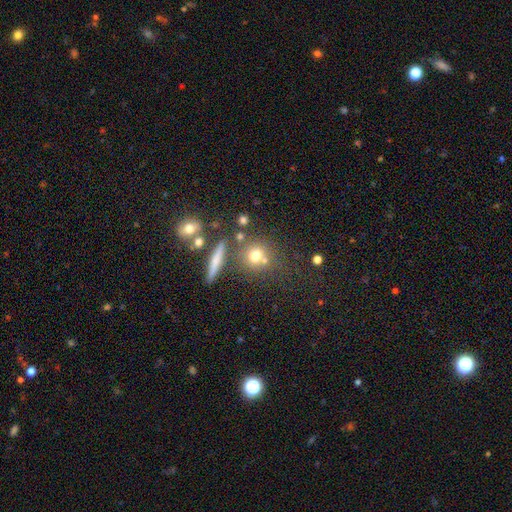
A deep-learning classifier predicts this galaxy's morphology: This is likely a smooth galaxy (68%). How rounded: clearly round (81%). Merging: likely none (66%).